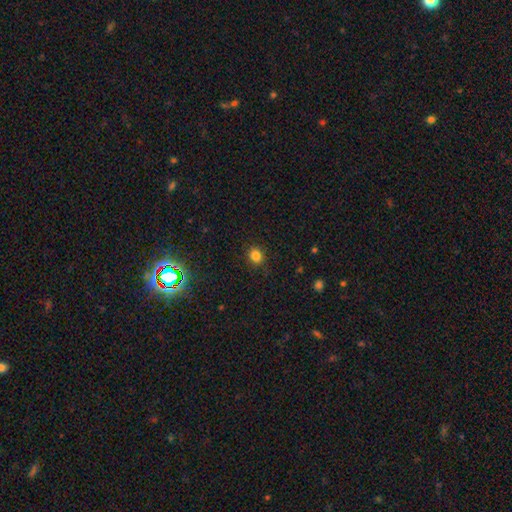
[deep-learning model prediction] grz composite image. It shows a smooth galaxy with no disk features (82%) that is round (73%). Merging: none (88%).